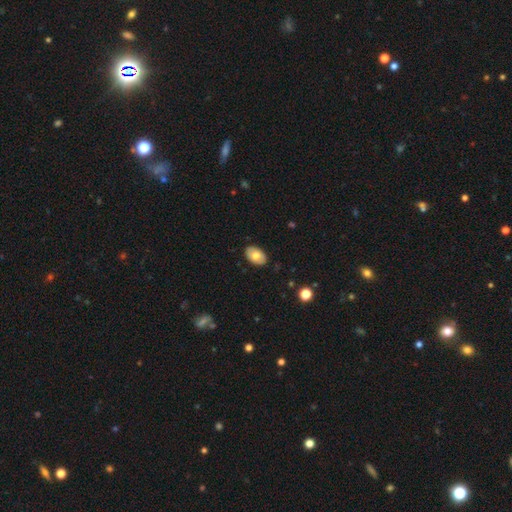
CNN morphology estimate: A smooth galaxy with no disk features (69%) that is in between round and cigar-shaped (90%). Merging: none (86%).